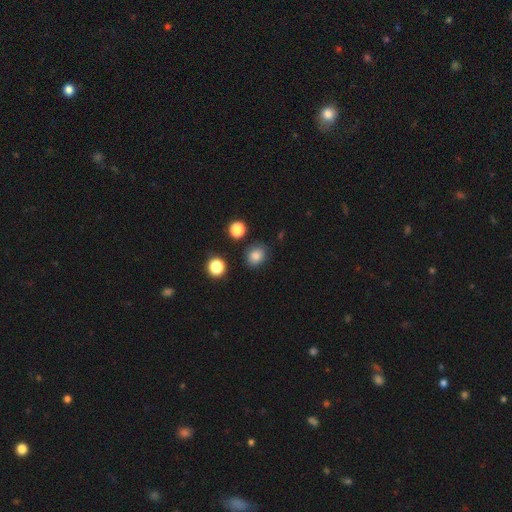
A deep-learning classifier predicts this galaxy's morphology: Smooth or featured? smooth (82%)
How rounded? round (59%)
Merging? none (82%)